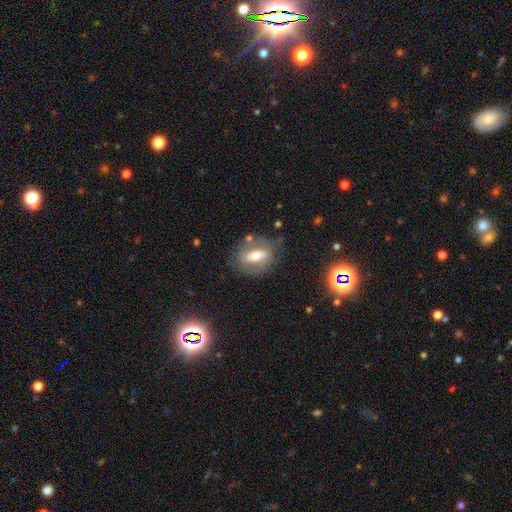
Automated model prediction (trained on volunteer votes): This appears to be a featured or disk galaxy (60%). Merging: none (69%).